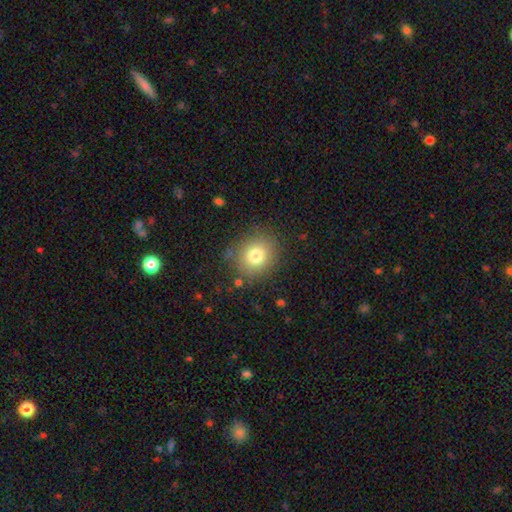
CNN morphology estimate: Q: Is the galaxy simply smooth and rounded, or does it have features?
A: smooth — 79%.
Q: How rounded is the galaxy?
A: round — 81%.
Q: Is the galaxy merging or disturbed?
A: none — 84%.